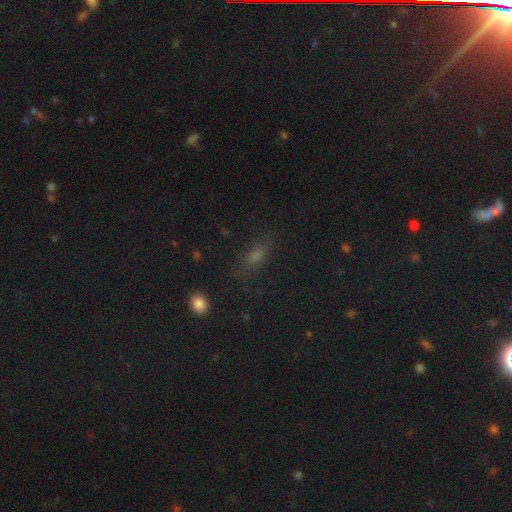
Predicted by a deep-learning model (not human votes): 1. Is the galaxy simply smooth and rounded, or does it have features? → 59% smooth, 26% star or artifact, 16% featured or disk.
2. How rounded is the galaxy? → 65% in between, 23% cigar-shaped, 12% round.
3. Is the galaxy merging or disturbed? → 77% none, 14% minor disturbance, 6% major disturbance, 2% merger.